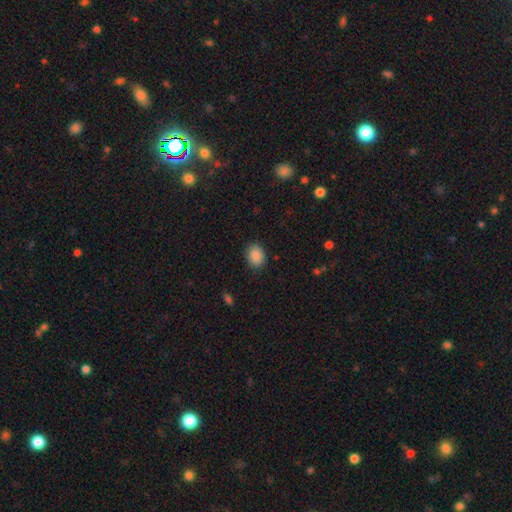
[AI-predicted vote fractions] Smooth or featured? smooth (89%)
How rounded? in between (60%)
Merging? none (88%)